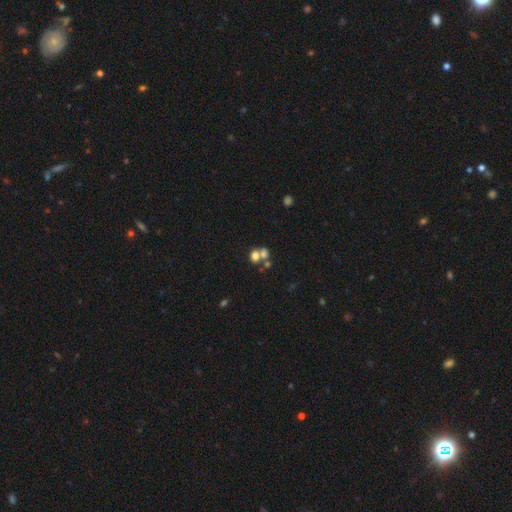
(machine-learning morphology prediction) This is likely a smooth galaxy (66%). How rounded: possibly round (60%). Merging: possibly merger (53%).